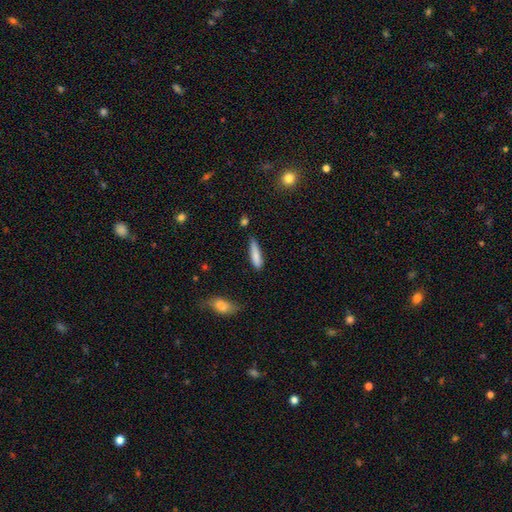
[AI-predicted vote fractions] Smooth or featured: smooth — 82% (featured or disk — 12%)
How rounded: cigar-shaped — 76% (in between — 22%)
Merging: none — 63% (minor disturbance — 28%)